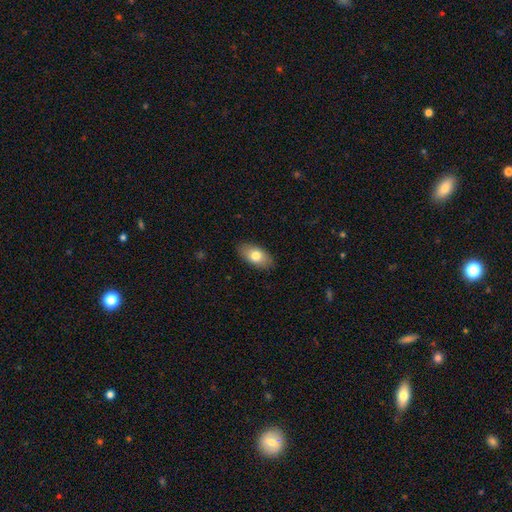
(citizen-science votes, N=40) smooth-or-featured: smooth: 75% | featured or disk: 22% | star or artifact: 2%
  how-rounded: in between: 97% | cigar-shaped: 3% | round: 0%
  merging: none: 92% | minor disturbance: 8% | major disturbance: 0% | merger: 0%